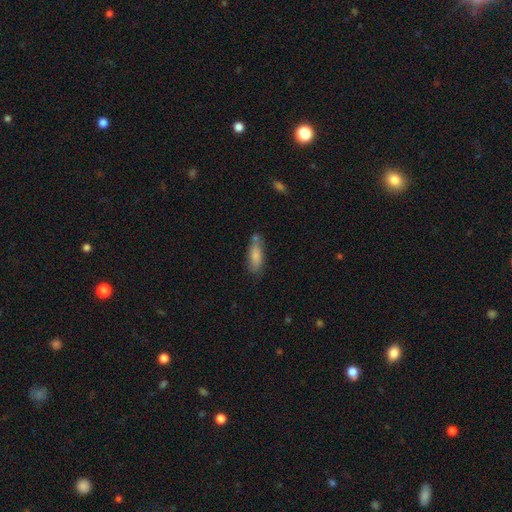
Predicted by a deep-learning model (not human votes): A smooth galaxy with no disk features (81%) that is in between round and cigar-shaped (66%). Merging: none (62%).